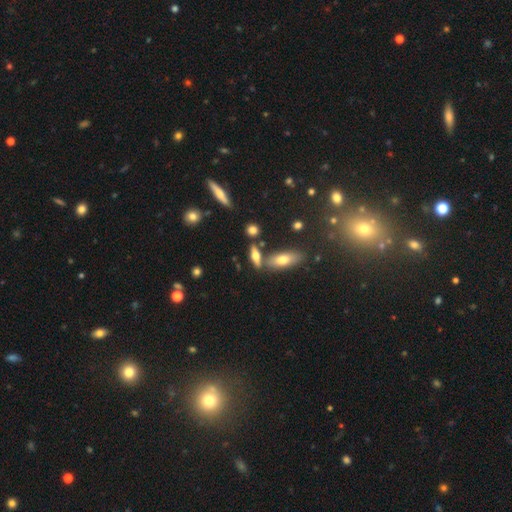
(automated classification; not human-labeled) smooth-or-featured: smooth: 54% | featured or disk: 37% | star or artifact: 9%
  how-rounded: in between: 51% | cigar-shaped: 42% | round: 6%
  merging: none: 66% | merger: 18% | minor disturbance: 12% | major disturbance: 4%